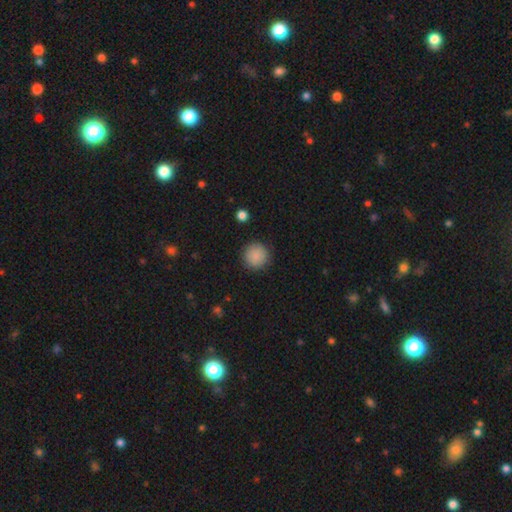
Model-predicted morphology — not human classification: Q: Smooth or featured?
A: smooth (88%); runner-up: star or artifact (8%)
Q: How rounded?
A: round (95%); runner-up: in between (4%)
Q: Merging?
A: none (90%); runner-up: minor disturbance (7%)